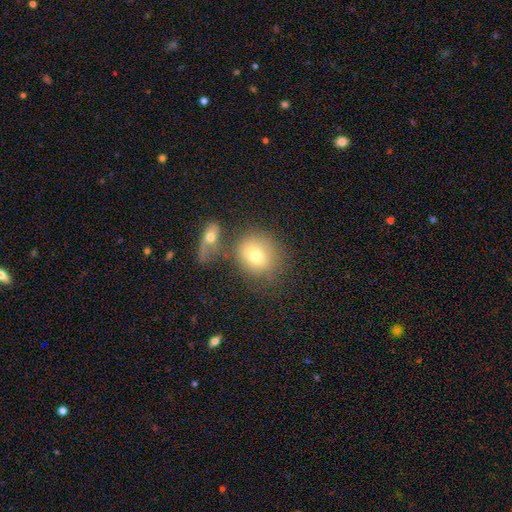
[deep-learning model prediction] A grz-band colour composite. It shows a smooth galaxy with no disk features (69%) that is round (74%). Merging: none (57%).